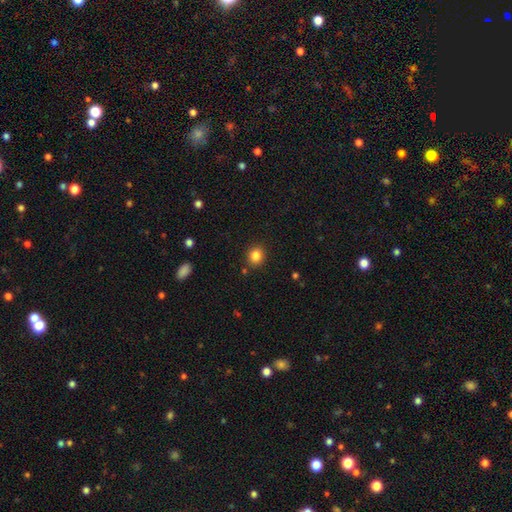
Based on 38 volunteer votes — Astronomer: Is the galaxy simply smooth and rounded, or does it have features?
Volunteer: smooth — 76%.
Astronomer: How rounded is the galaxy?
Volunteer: round — 69%.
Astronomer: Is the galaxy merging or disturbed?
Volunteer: none — 82%.